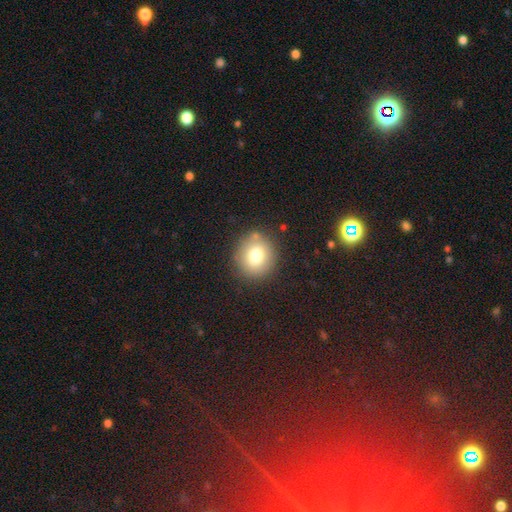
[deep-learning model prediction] Smooth or featured: smooth — 76% (featured or disk — 13%)
How rounded: round — 85% (in between — 14%)
Merging: none — 84% (minor disturbance — 10%)